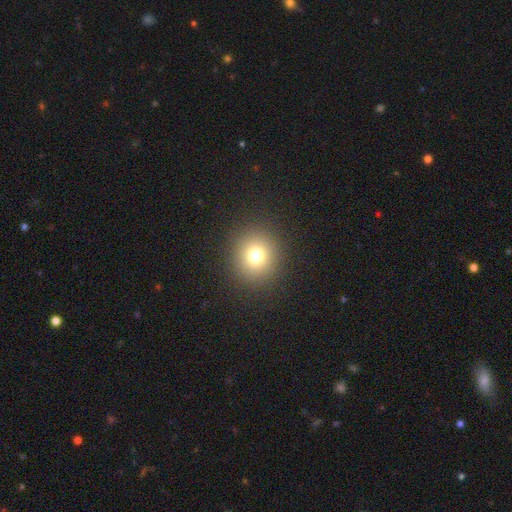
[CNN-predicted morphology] smooth-or-featured: smooth: 75% | star or artifact: 16% | featured or disk: 9%
  how-rounded: round: 89% | in between: 10% | cigar-shaped: 1%
  merging: none: 91% | minor disturbance: 5% | major disturbance: 3% | merger: 1%